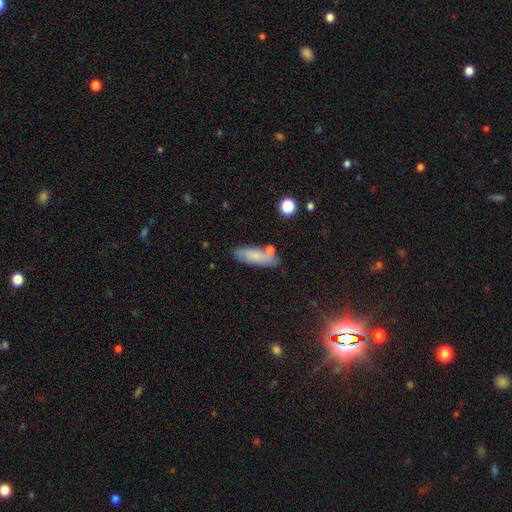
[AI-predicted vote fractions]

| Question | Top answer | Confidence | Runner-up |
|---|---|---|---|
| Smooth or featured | smooth | 74% | featured or disk (17%) |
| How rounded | in between | 60% | cigar-shaped (38%) |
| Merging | none | 72% | minor disturbance (16%) |